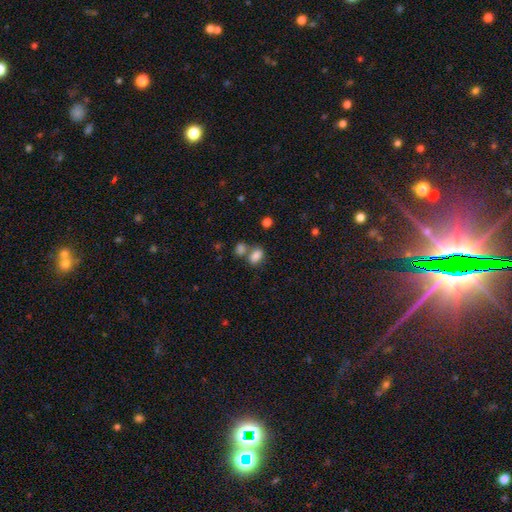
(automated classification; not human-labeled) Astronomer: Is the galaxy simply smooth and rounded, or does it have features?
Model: smooth — 84%.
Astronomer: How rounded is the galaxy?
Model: in between — 82%.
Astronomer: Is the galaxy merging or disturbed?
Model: none — 48% (runner-up: merger, 35%).